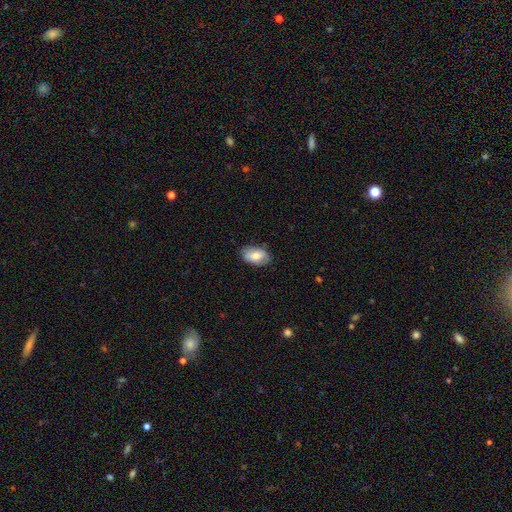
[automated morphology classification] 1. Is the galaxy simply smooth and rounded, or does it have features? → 72% smooth, 21% featured or disk, 7% star or artifact.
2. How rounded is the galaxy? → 92% in between, 7% round, 2% cigar-shaped.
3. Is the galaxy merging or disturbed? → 79% none, 16% minor disturbance, 3% major disturbance, 1% merger.